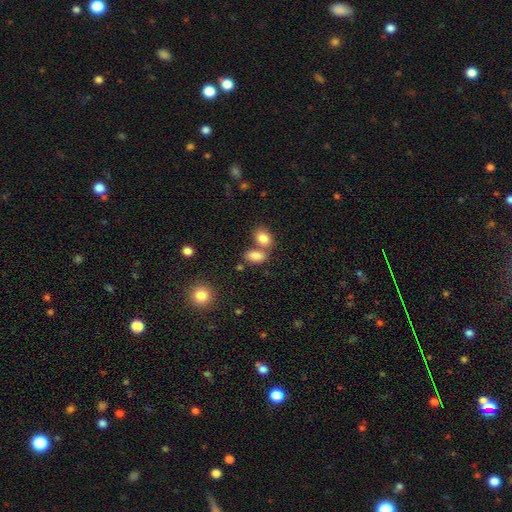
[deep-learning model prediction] Smooth or featured: smooth — 84% (star or artifact — 9%)
How rounded: in between — 89% (round — 8%)
Merging: none — 47% (merger — 38%)